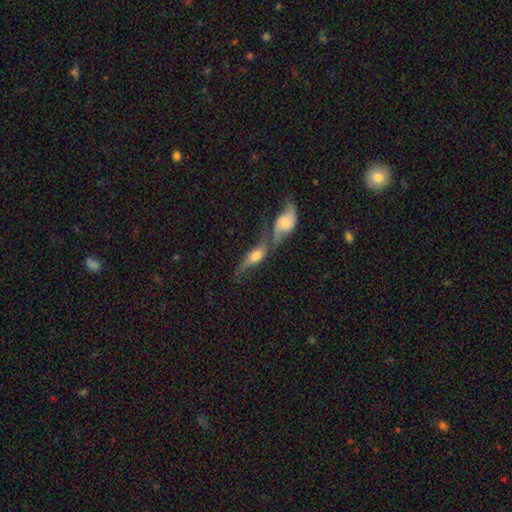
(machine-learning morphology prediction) Overall: featured or disk (51%; smooth 41%). Edge-on disk: no (66%; yes 34%). Merging: merger (71%).